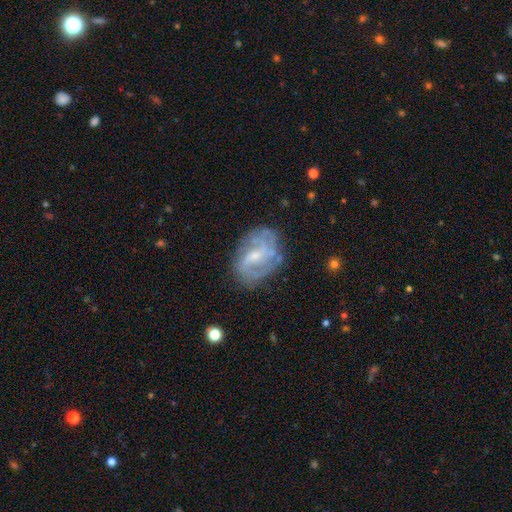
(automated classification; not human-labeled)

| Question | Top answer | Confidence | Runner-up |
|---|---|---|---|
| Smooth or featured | featured or disk | 81% | smooth (12%) |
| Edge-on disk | no | 97% | yes (3%) |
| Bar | weak | 52% | no (33%) |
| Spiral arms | yes | 91% | no (9%) |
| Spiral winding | medium | 44% | tight (31%) |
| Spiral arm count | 2 | 49% | can't tell (24%) |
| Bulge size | small | 63% | moderate (29%) |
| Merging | none | 70% | minor disturbance (19%) |